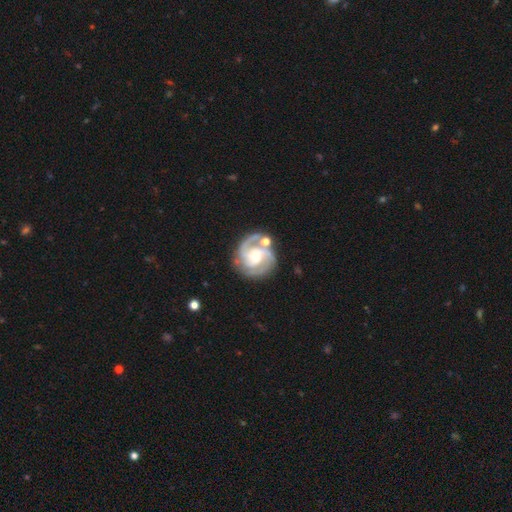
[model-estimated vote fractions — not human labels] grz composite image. It shows a featured or disk galaxy (90%) with no bar (46%), 3 (44%) tight (51%) spiral arms (98%) and a moderate central bulge (53%). Merging: none (69%).